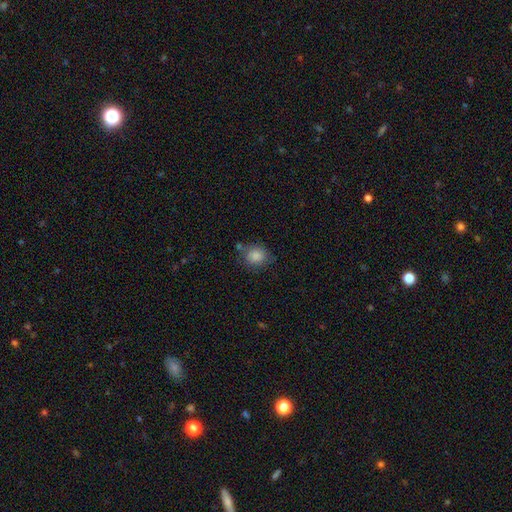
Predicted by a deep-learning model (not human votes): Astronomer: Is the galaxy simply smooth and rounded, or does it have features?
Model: smooth — 85%.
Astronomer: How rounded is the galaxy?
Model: round — 69%.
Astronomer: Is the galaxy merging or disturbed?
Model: none — 67%.